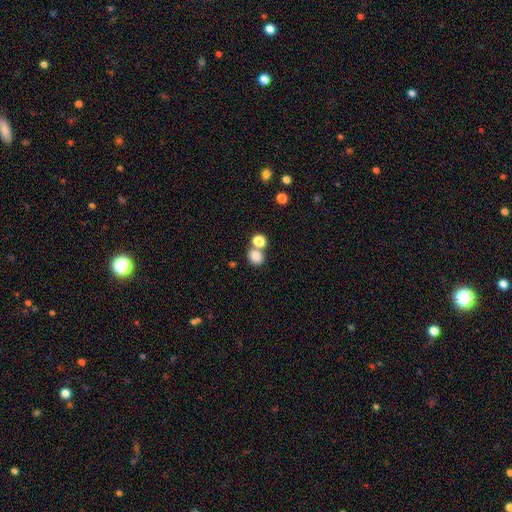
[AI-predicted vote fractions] The model was most divided on "merging": none: 51%, merger: 37%, minor disturbance: 8%, major disturbance: 4%. More confident: smooth or featured — smooth (82%); how rounded — round (68%).